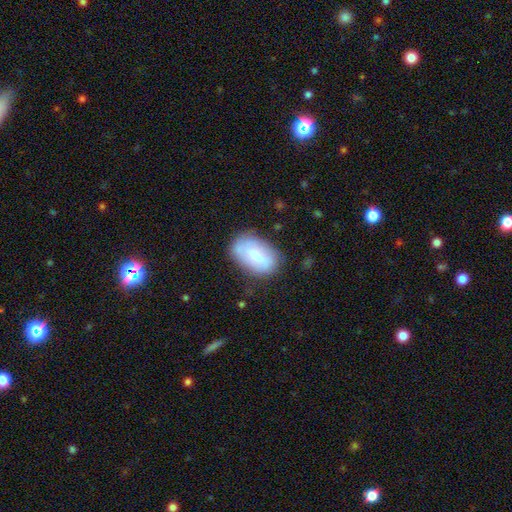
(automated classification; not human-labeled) Smooth or featured: smooth — 62% (featured or disk — 31%)
How rounded: in between — 92% (round — 7%)
Merging: none — 69% (minor disturbance — 22%)